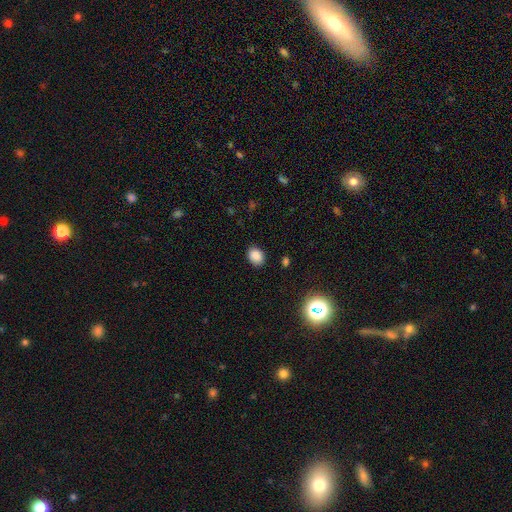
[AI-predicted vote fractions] Morphology: type=smooth (85%); roundness=in between (57%); merging=none (86%).